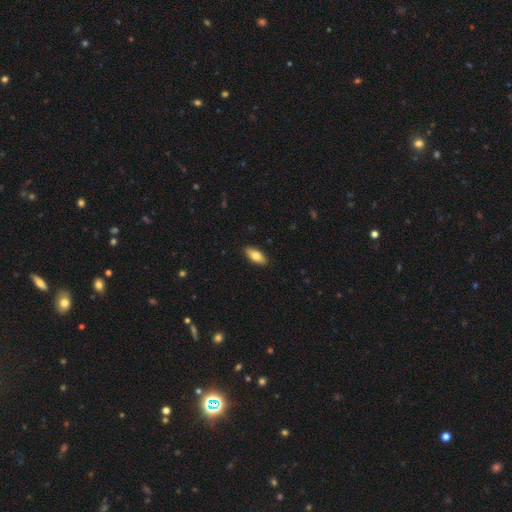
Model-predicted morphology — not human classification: This is likely a smooth galaxy (79%). How rounded: clearly in between (85%). Merging: clearly none (90%).